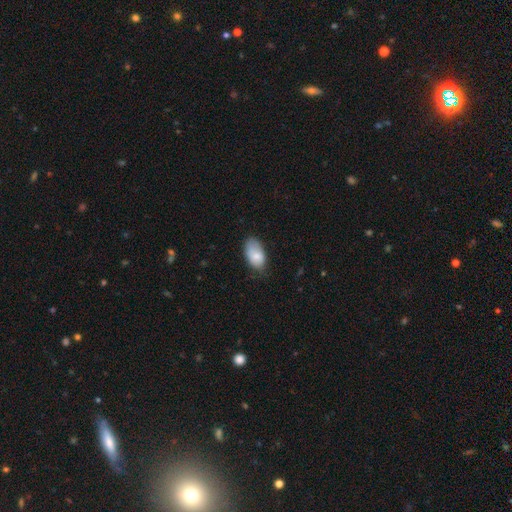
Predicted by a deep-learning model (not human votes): Morphology: type=smooth (79%); roundness=in between (94%); merging=none (59%).